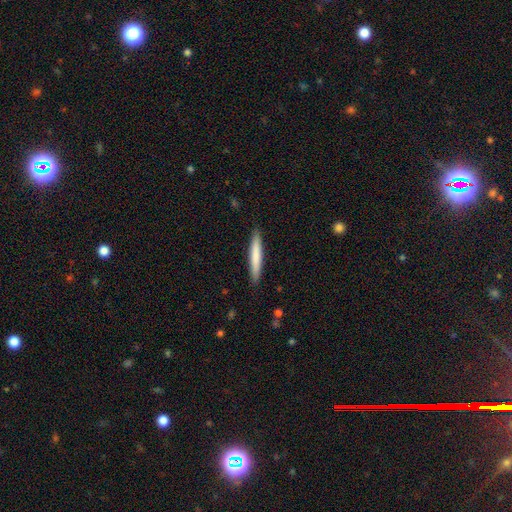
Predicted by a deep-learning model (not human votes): The model was most divided on "smooth or featured": smooth: 73%, featured or disk: 22%, star or artifact: 5%. More confident: how rounded — cigar-shaped (95%); merging — none (90%).